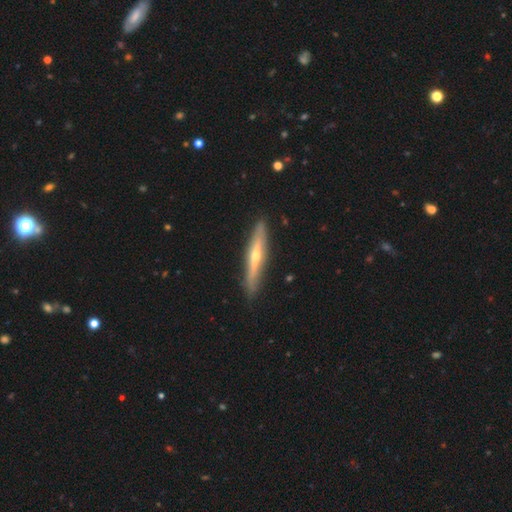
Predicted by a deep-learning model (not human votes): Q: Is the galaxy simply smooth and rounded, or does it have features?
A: featured or disk — 69%.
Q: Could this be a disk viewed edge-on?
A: yes — 93%.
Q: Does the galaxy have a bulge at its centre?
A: rounded — 84%.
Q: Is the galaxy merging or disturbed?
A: none — 89%.